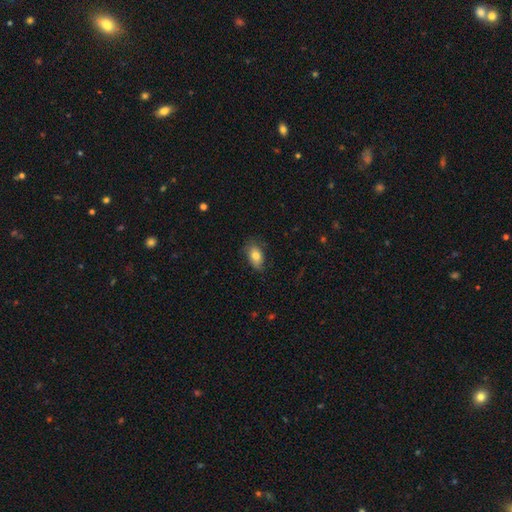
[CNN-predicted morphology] The model was most divided on "merging": none: 69%, minor disturbance: 23%, major disturbance: 6%, merger: 1%. More confident: how rounded — in between (88%); smooth or featured — smooth (75%).